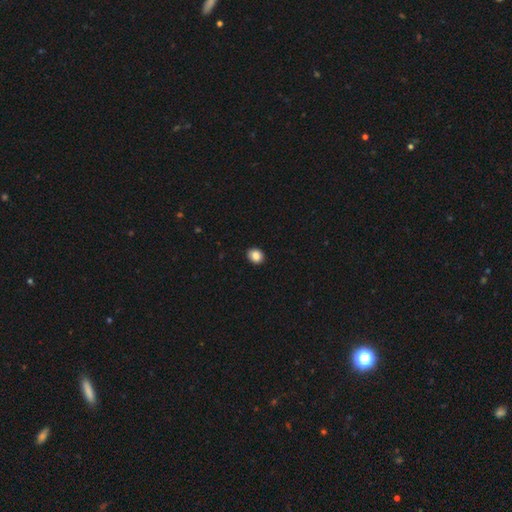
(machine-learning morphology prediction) A smooth galaxy with no disk features (86%) that is round (58%). Merging: none (92%).